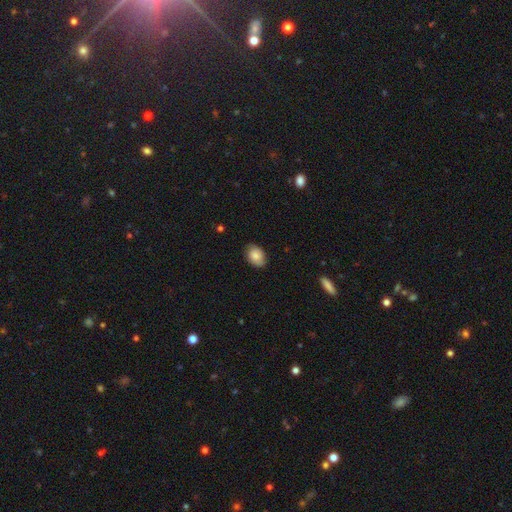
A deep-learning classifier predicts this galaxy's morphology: A smooth galaxy with no disk features (78%) that is in between round and cigar-shaped (77%). Merging: none (78%).